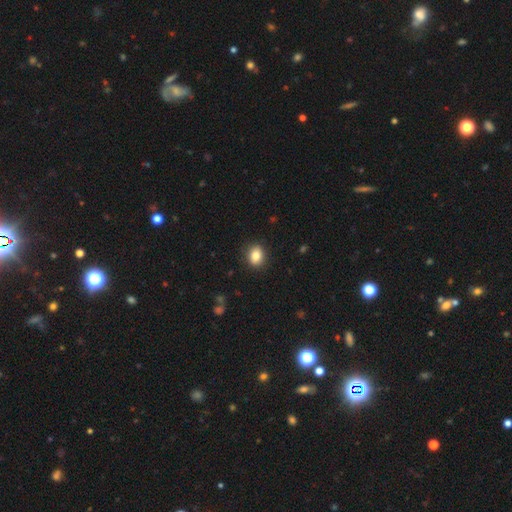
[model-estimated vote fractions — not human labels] smooth_or_featured: smooth (p=0.84) [alt: star or artifact p=0.09]
how_rounded: round (p=0.51) [alt: in between p=0.48]
merging: none (p=0.89) [alt: minor disturbance p=0.08]